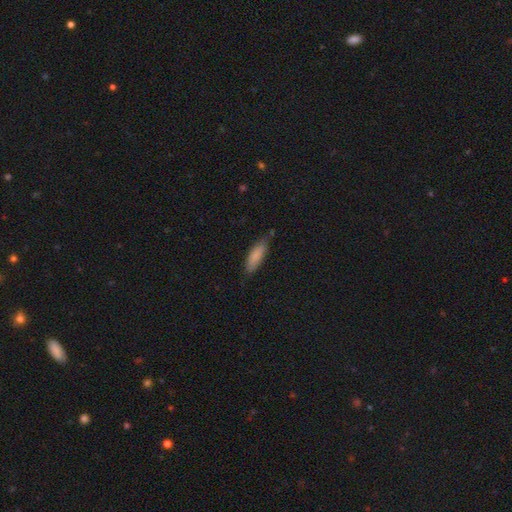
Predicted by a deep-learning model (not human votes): This appears to be a smooth galaxy with no disk features (84%) that is cigar-shaped (49%, tied with in between). Merging: none (73%).